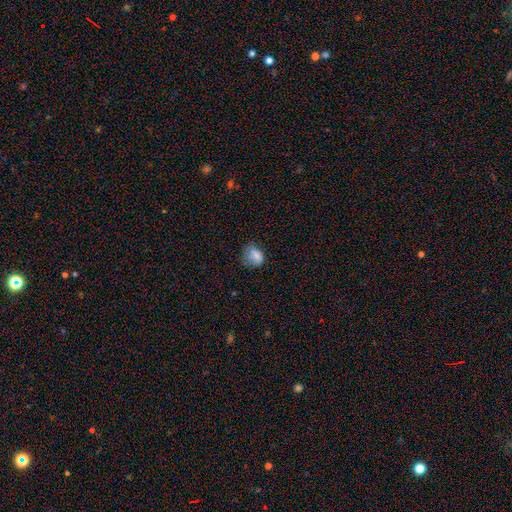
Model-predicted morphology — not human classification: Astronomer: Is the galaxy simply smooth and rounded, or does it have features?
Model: smooth — 77%.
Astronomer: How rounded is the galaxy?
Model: in between — 50% (runner-up: round, 49%).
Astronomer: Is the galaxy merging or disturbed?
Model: none — 47% (runner-up: minor disturbance, 32%).